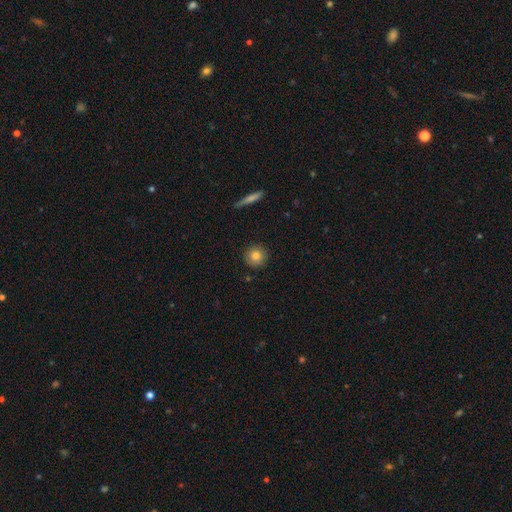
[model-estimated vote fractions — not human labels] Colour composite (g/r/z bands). It shows a smooth galaxy with no disk features (81%) that is round (94%). Merging: none (90%).